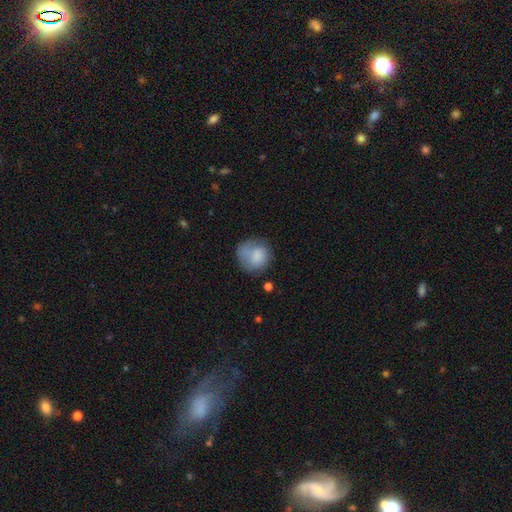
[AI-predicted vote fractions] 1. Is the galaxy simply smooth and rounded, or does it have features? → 77% smooth, 16% featured or disk, 7% star or artifact.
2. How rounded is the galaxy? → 81% round, 18% in between, 1% cigar-shaped.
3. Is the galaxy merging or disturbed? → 53% none, 26% minor disturbance, 16% major disturbance, 5% merger.